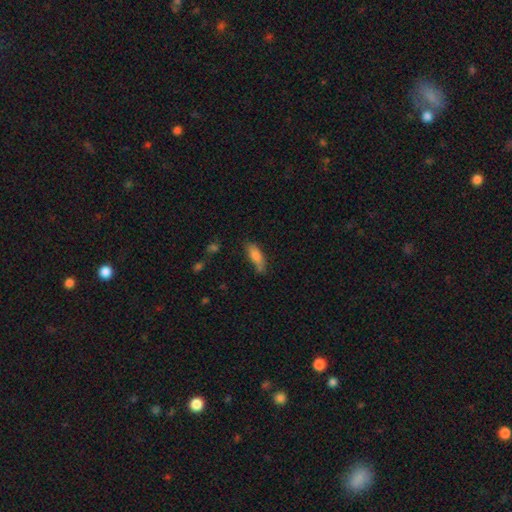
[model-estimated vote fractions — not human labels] A smooth galaxy with no disk features (80%) that is in between round and cigar-shaped (59%). Merging: none (61%).